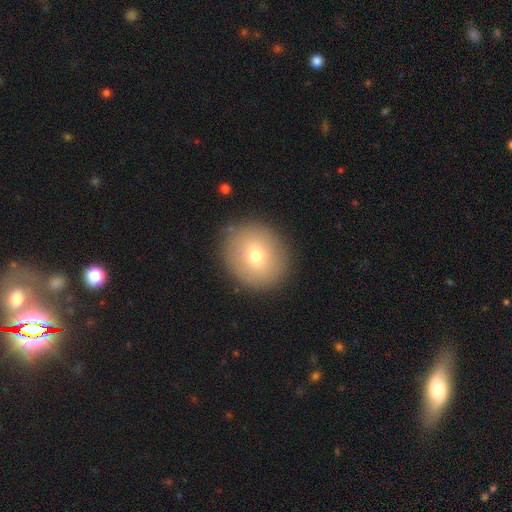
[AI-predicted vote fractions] A smooth galaxy with no disk features (72%) that is round (77%).

Vote fractions:
- Smooth or featured? smooth: 72% / featured or disk: 18% / star or artifact: 10%
- How rounded? round: 77% / in between: 22% / cigar-shaped: 1%
- Merging? none: 87% / minor disturbance: 8% / major disturbance: 3% / merger: 1%